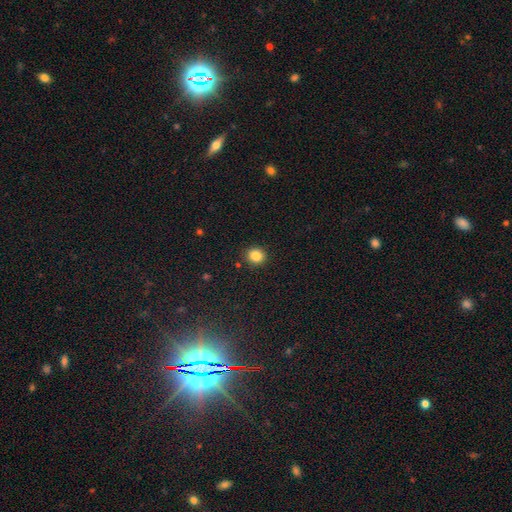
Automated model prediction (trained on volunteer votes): smooth 86%, star or artifact 10%, featured or disk 4%. Down the decision tree: how rounded — round (80%); merging — none (89%).